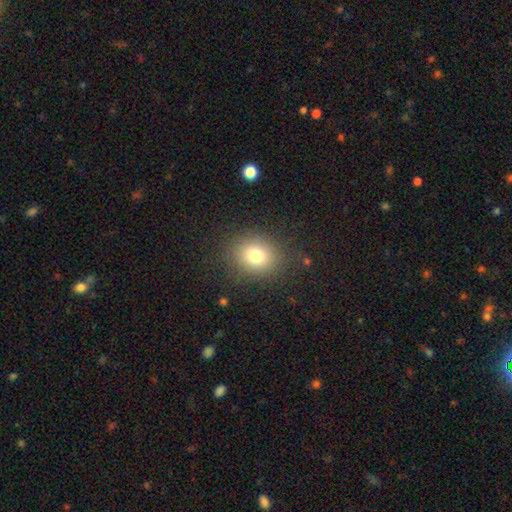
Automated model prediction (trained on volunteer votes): smooth-or-featured: smooth: 76% | star or artifact: 14% | featured or disk: 10%
  how-rounded: round: 72% | in between: 27% | cigar-shaped: 1%
  merging: none: 85% | minor disturbance: 9% | major disturbance: 5% | merger: 1%